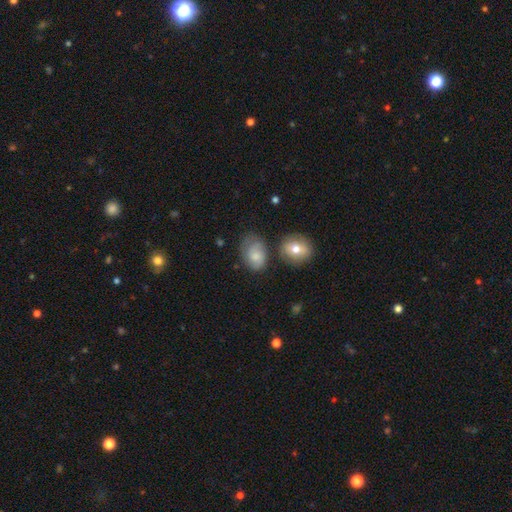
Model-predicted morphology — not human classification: Smooth or featured? Predicted: smooth (p=0.62). How rounded? Predicted: in between (p=0.74). Merging? Predicted: none (p=0.51).